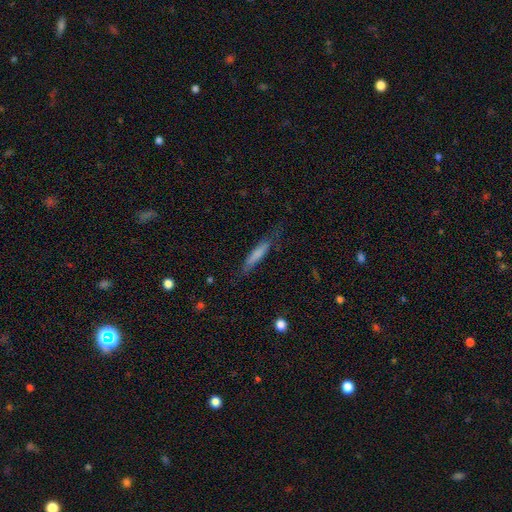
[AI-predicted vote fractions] Q: Smooth or featured?
A: smooth (63%); runner-up: featured or disk (30%)
Q: How rounded?
A: cigar-shaped (88%); runner-up: in between (10%)
Q: Merging?
A: none (68%); runner-up: minor disturbance (22%)